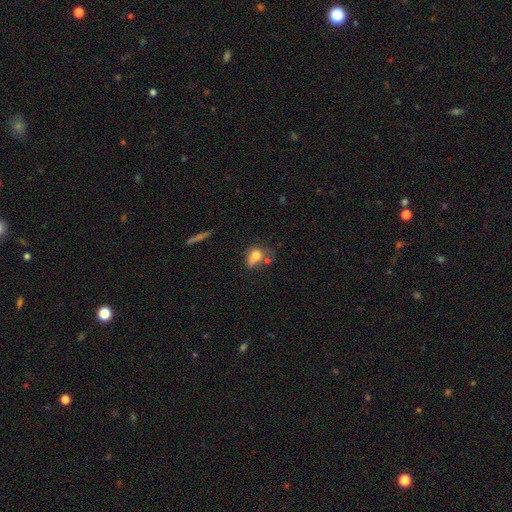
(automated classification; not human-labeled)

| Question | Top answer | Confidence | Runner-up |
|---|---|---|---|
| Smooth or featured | smooth | 69% | featured or disk (19%) |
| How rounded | in between | 67% | round (28%) |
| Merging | none | 30% | minor disturbance (24%) |